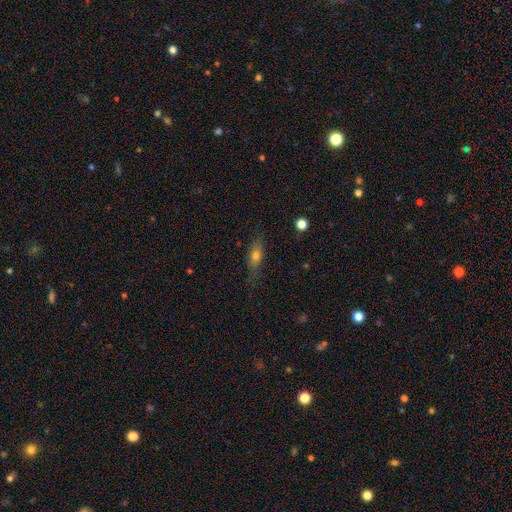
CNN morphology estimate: Q: Smooth or featured?
A: smooth (64%); runner-up: featured or disk (27%)
Q: How rounded?
A: in between (58%); runner-up: cigar-shaped (37%)
Q: Merging?
A: none (74%); runner-up: minor disturbance (19%)